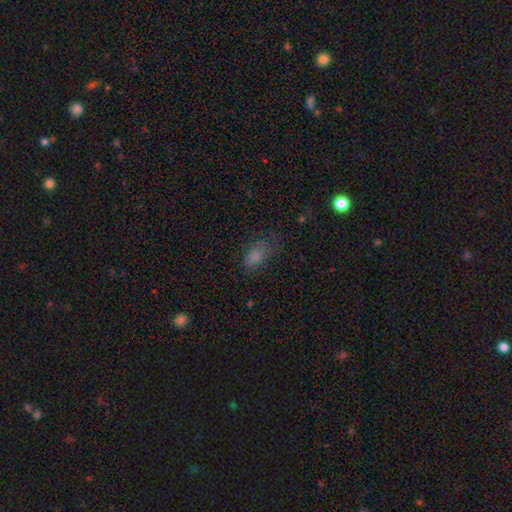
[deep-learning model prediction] A smooth galaxy with no disk features (77%) that is in between round and cigar-shaped (89%). Merging: none (53%).